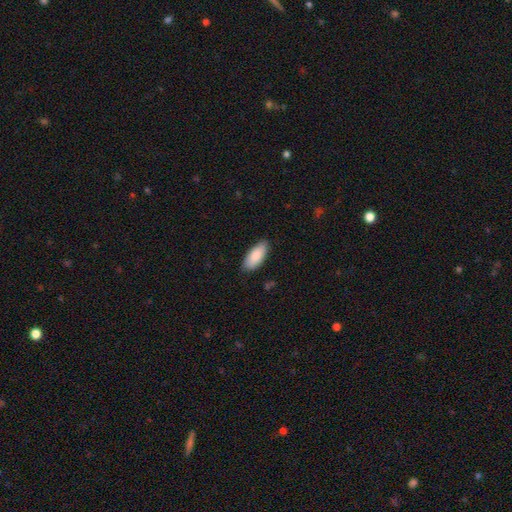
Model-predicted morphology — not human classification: A smooth galaxy with no disk features (85%) that is in between round and cigar-shaped (86%).

Vote fractions:
- Smooth or featured? smooth: 85% / featured or disk: 9% / star or artifact: 6%
- How rounded? in between: 86% / cigar-shaped: 12% / round: 2%
- Merging? none: 84% / minor disturbance: 13% / major disturbance: 2% / merger: 1%